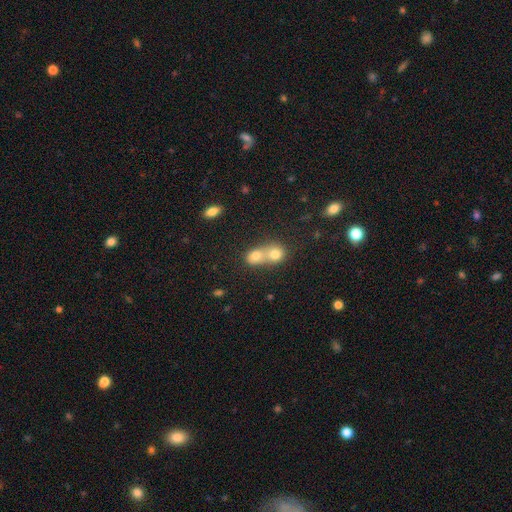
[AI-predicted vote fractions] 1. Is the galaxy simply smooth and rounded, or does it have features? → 74% smooth, 15% featured or disk, 11% star or artifact.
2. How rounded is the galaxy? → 60% round, 39% in between, 2% cigar-shaped.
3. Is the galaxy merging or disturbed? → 75% merger, 18% none, 4% minor disturbance, 3% major disturbance.